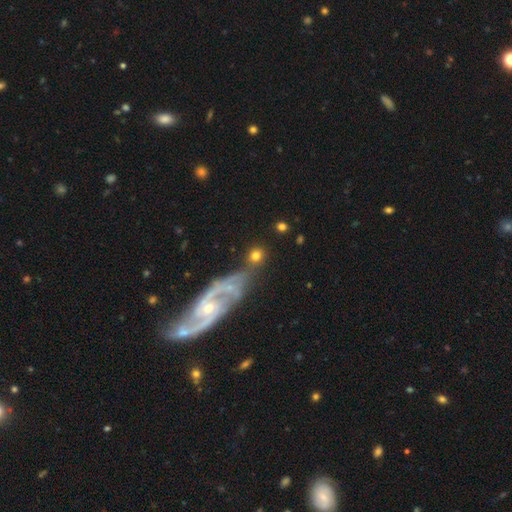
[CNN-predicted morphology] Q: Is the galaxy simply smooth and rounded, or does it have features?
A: smooth — 74%.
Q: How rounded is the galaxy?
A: round — 86%.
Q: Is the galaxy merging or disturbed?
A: none — 63%.